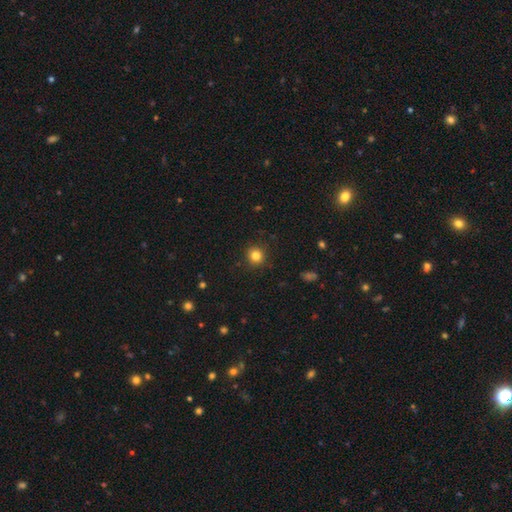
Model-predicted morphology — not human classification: Smooth or featured? Predicted: smooth (p=0.83). How rounded? Predicted: round (p=0.93). Merging? Predicted: none (p=0.91).